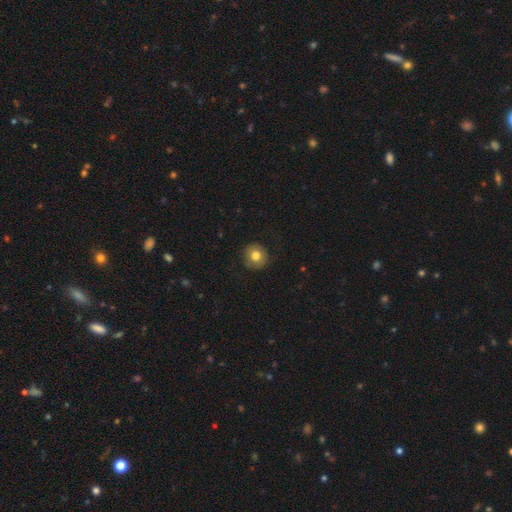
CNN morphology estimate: This appears to be a smooth galaxy with no disk features (79%) that is round (91%). Merging: none (87%).